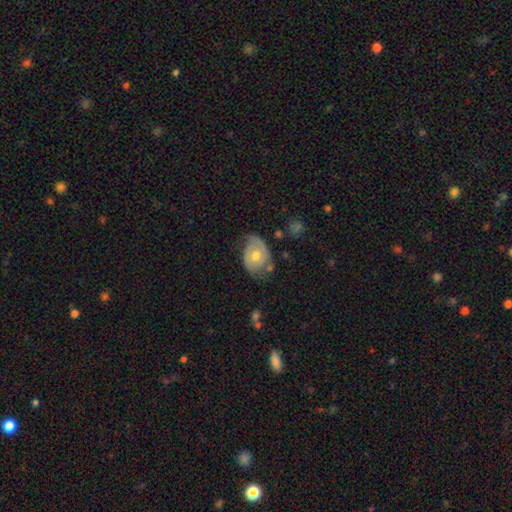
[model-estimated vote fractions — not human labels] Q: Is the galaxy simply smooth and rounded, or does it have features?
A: featured or disk — 52%.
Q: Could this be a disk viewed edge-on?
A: no — 95%.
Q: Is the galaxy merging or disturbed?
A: none — 47%.